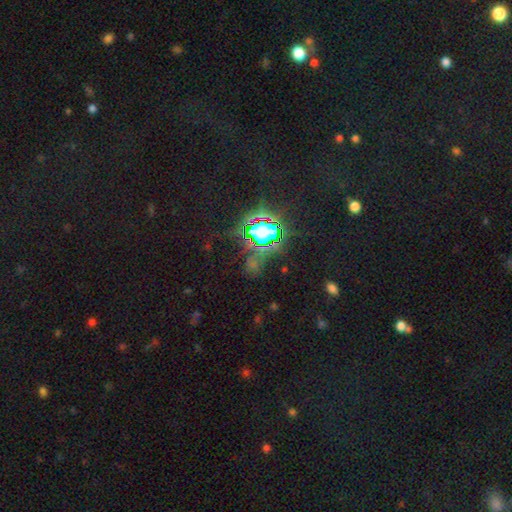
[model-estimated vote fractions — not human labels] Q: Smooth or featured?
A: star or artifact (79%); runner-up: smooth (13%)